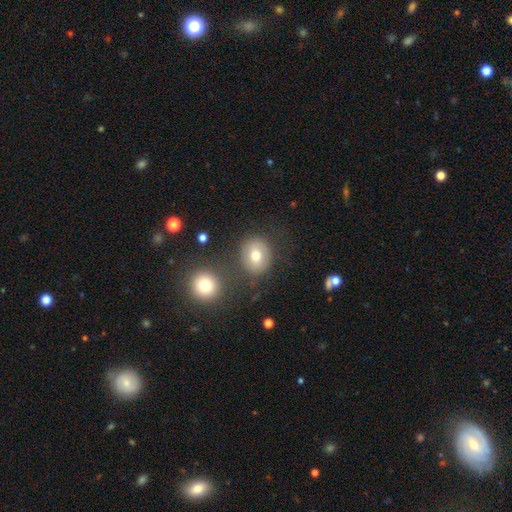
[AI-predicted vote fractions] A smooth galaxy with no disk features (72%) that is round (78%).

Vote fractions:
- Smooth or featured? smooth: 72% / featured or disk: 18% / star or artifact: 10%
- How rounded? round: 78% / in between: 21% / cigar-shaped: 1%
- Merging? none: 75% / minor disturbance: 11% / merger: 8% / major disturbance: 5%